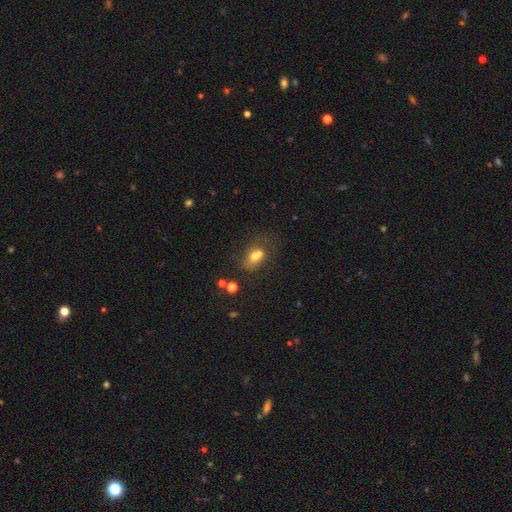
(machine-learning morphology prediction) type=smooth (67%); roundness=in between (66%); merging=merger (47%).